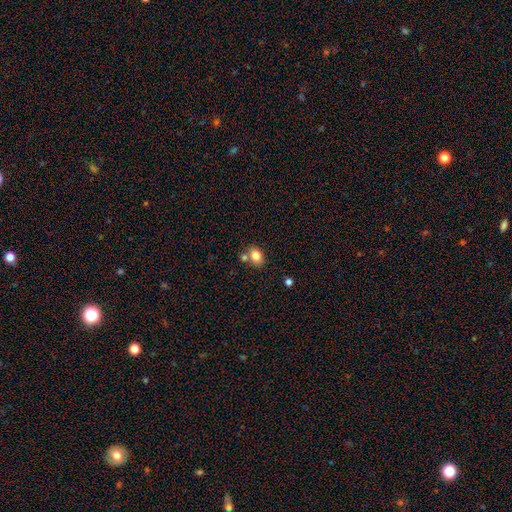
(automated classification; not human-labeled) Smooth or featured? Predicted: smooth (p=0.81). How rounded? Predicted: in between (p=0.61). Merging? Predicted: none (p=0.62).